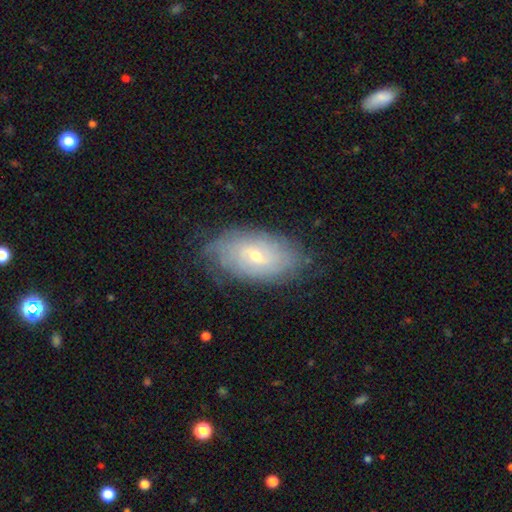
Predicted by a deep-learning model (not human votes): A featured or disk galaxy (65%) with no bar (53%), spiral arms (79%) and a small central bulge (61%).

Vote fractions:
- Smooth or featured? featured or disk: 65% / smooth: 27% / star or artifact: 8%
- Edge-on disk? no: 92% / yes: 8%
- Bar? no: 53% / weak: 39% / strong: 8%
- Spiral arms? yes: 79% / no: 21%
- Bulge size? small: 61% / moderate: 36% / large: 1% / none: 1% / dominant: 1%
- Merging? none: 76% / minor disturbance: 18% / major disturbance: 5% / merger: 1%